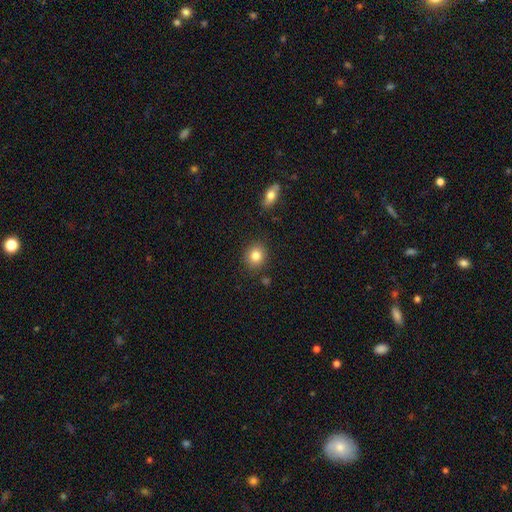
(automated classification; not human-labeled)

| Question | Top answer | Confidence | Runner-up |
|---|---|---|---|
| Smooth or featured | smooth | 83% | star or artifact (10%) |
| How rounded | round | 75% | in between (24%) |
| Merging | none | 87% | minor disturbance (8%) |